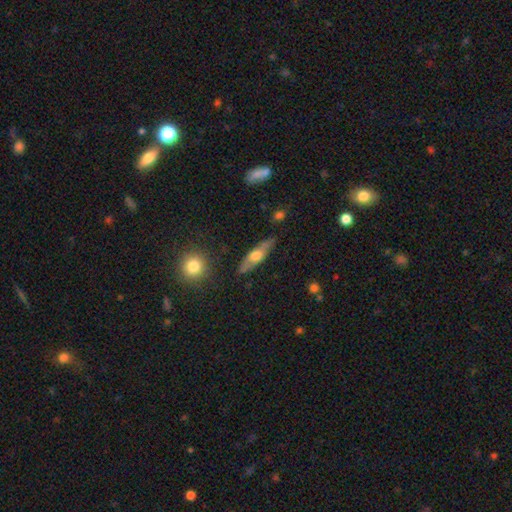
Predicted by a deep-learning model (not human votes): Morphology: type=featured or disk (50%); merging=none (81%).